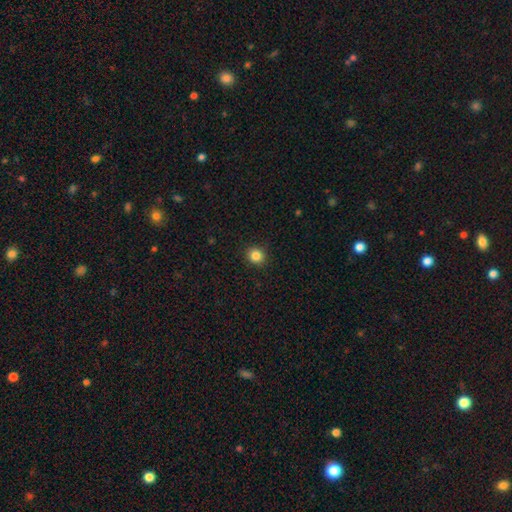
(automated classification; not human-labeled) Morphology: type=smooth (85%); roundness=round (87%); merging=none (92%).